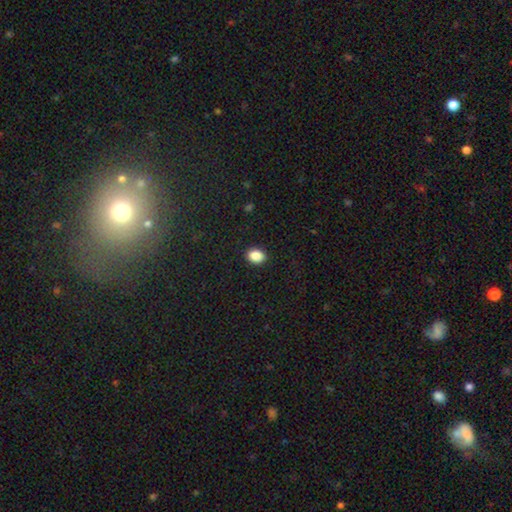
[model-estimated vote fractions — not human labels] Smooth or featured? Predicted: smooth (p=0.88). How rounded? Predicted: in between (p=0.63). Merging? Predicted: none (p=0.90).